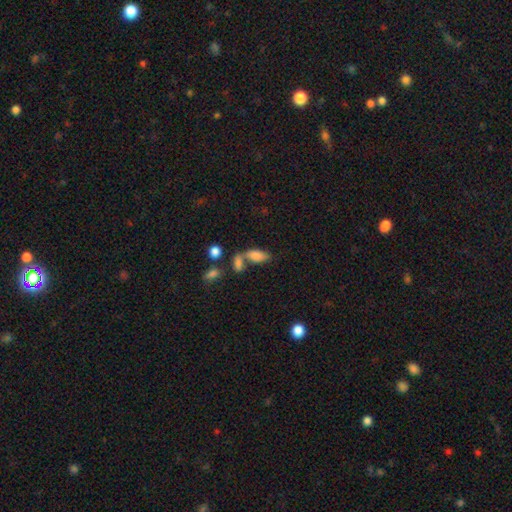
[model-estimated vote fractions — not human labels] A smooth galaxy with no disk features (79%) that is in between round and cigar-shaped (86%).

Vote fractions:
- Smooth or featured? smooth: 79% / featured or disk: 12% / star or artifact: 9%
- How rounded? in between: 86% / cigar-shaped: 10% / round: 4%
- Merging? merger: 42% / none: 39% / minor disturbance: 13% / major disturbance: 7%